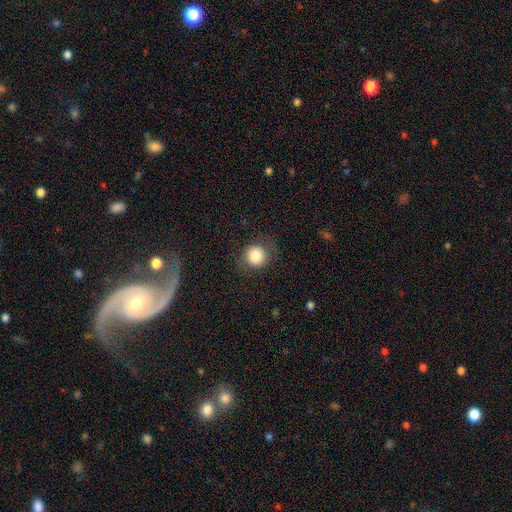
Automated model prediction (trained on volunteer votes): Overall: smooth (83%). How rounded: round (86%). Merging: none (81%).